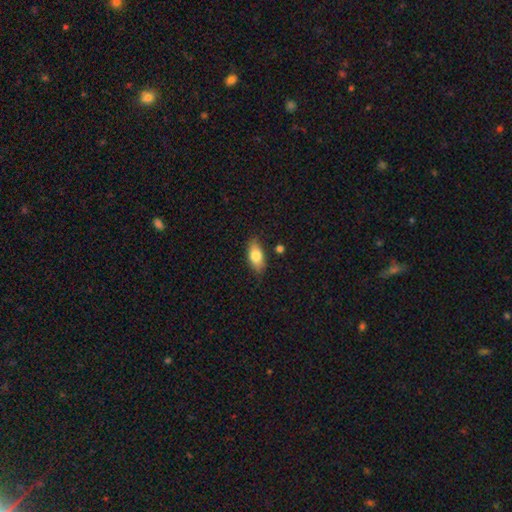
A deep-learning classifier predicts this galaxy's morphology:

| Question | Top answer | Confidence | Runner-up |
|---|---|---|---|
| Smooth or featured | smooth | 77% | featured or disk (16%) |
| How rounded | in between | 85% | cigar-shaped (11%) |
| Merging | none | 80% | minor disturbance (15%) |